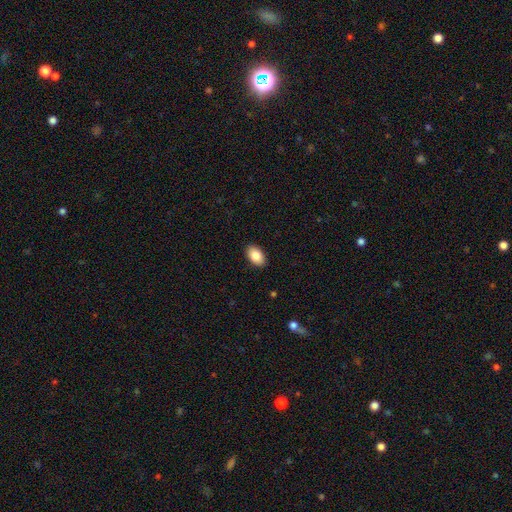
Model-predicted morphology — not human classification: type=smooth (86%); roundness=in between (93%); merging=none (90%).